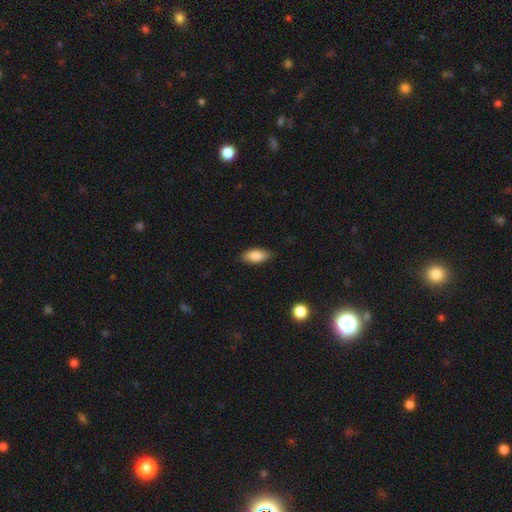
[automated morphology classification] This appears to be a smooth galaxy with no disk features (85%) that is in between round and cigar-shaped (89%). Merging: none (85%).